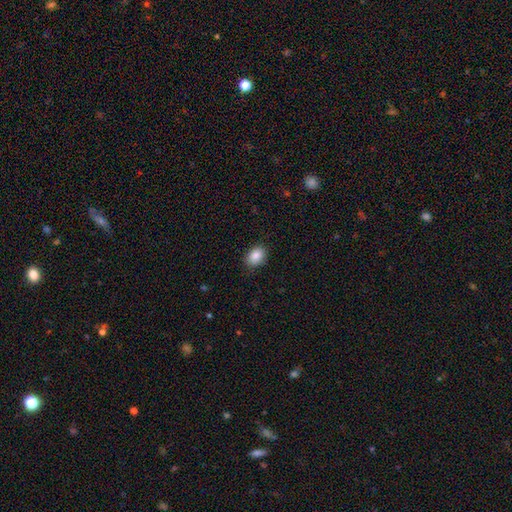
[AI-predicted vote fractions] Morphology: type=smooth (88%); roundness=in between (80%); merging=none (86%).